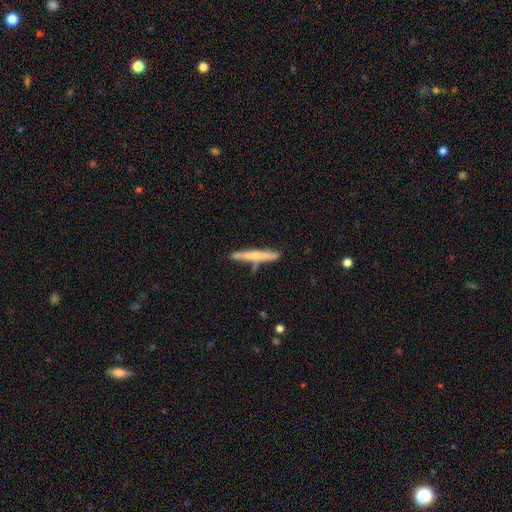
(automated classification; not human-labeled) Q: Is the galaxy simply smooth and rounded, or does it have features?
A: smooth — 55%.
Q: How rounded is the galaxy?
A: cigar-shaped — 95%.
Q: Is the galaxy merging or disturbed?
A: none — 71%.